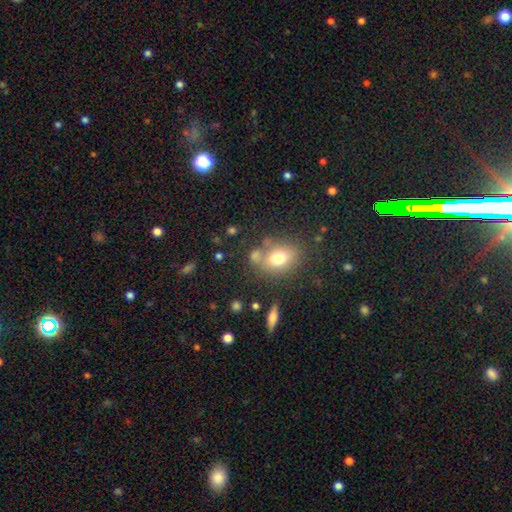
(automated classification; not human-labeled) smooth-or-featured: smooth: 71% | featured or disk: 15% | star or artifact: 14%
  how-rounded: in between: 58% | round: 40% | cigar-shaped: 2%
  merging: none: 60% | merger: 17% | minor disturbance: 15% | major disturbance: 7%